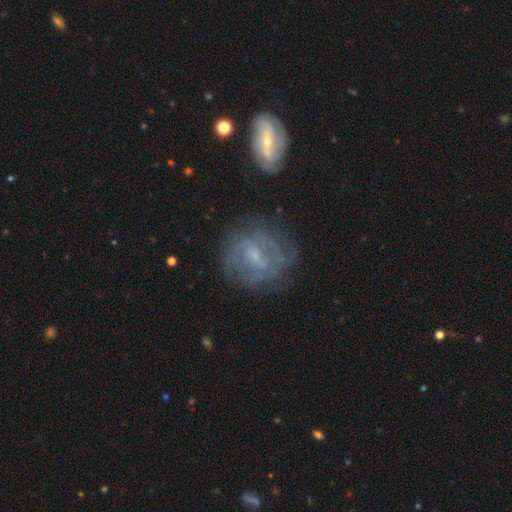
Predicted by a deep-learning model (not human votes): A featured or disk galaxy (69%) with a weak bar (54%), spiral arms (75%) and a small central bulge (64%). Merging: none (67%).